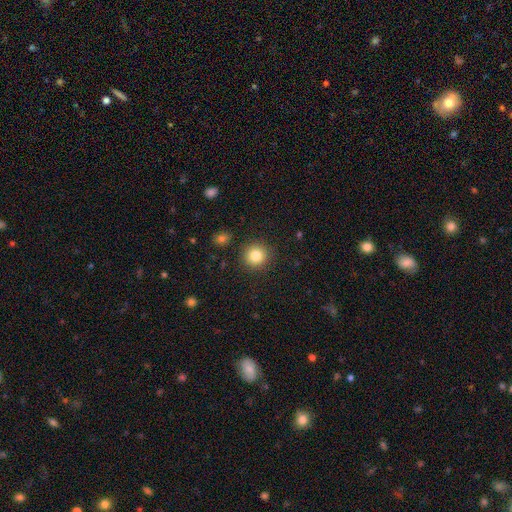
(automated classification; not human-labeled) Smooth or featured? smooth (83%)
How rounded? round (93%)
Merging? none (90%)